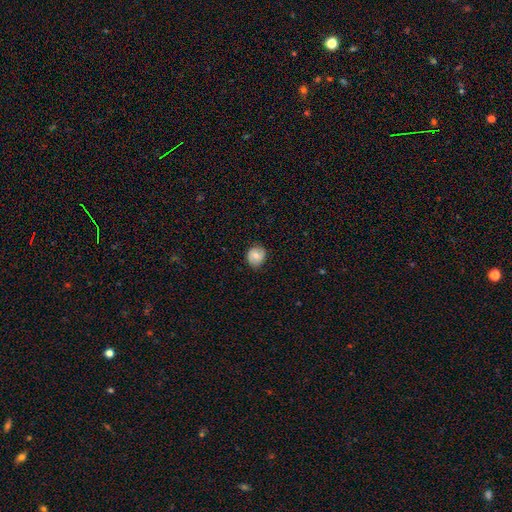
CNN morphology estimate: type=smooth (65%); roundness=round (80%); merging=none (81%).